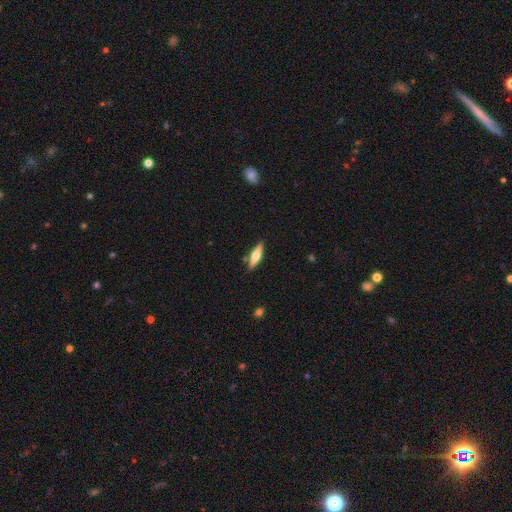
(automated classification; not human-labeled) Q: Smooth or featured?
A: featured or disk (51%); runner-up: smooth (43%)
Q: Edge-on disk?
A: yes (94%); runner-up: no (6%)
Q: Merging?
A: none (85%); runner-up: minor disturbance (10%)